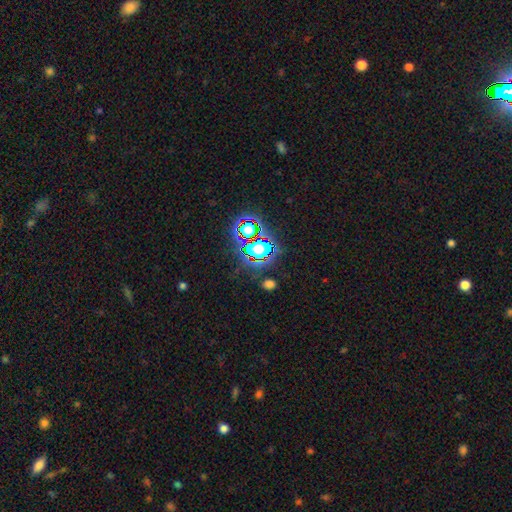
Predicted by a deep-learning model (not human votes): This is likely a star or artifact rather than a galaxy (63%).